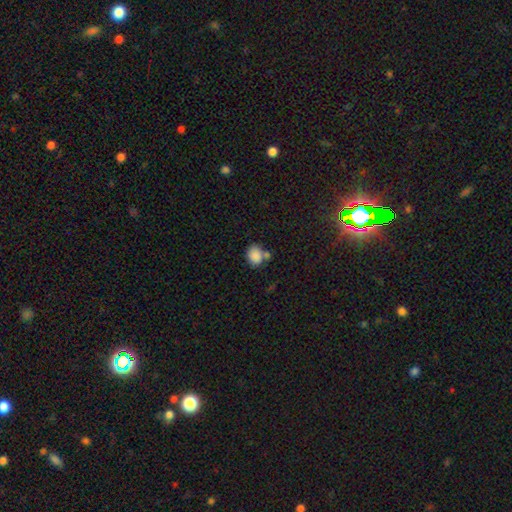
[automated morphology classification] smooth_or_featured: smooth (p=0.86) [alt: star or artifact p=0.09]
how_rounded: round (p=0.50) [alt: in between p=0.49]
merging: none (p=0.51) [alt: merger p=0.27]